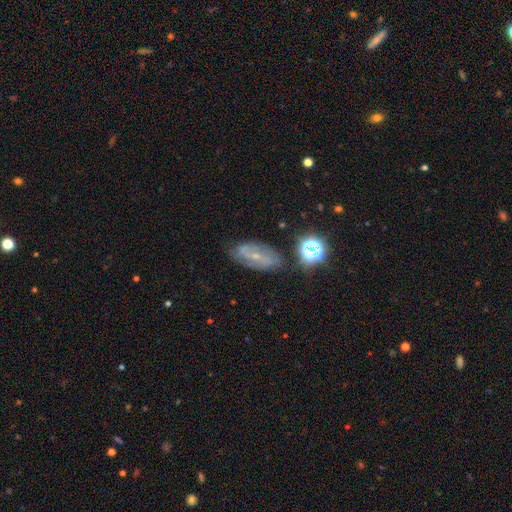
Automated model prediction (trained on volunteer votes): Smooth or featured?
  - featured or disk: 63% *
  - smooth: 23%
  - star or artifact: 14%
Edge-on disk?
  - no: 90% *
  - yes: 10%
Bar?
  - weak: 40% *
  - strong: 34%
  - no: 27%
Spiral arms?
  - yes: 77% *
  - no: 23%
Bulge size?
  - small: 76% *
  - moderate: 18%
  - none: 4%
  - large: 1%
  - dominant: 1%
Merging?
  - none: 74% *
  - minor disturbance: 17%
  - major disturbance: 5%
  - merger: 3%